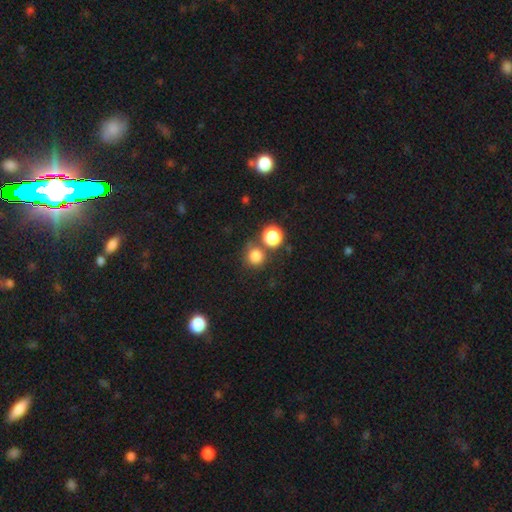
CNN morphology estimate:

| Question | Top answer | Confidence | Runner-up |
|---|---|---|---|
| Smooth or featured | smooth | 81% | star or artifact (13%) |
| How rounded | round | 92% | in between (7%) |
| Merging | none | 65% | merger (22%) |